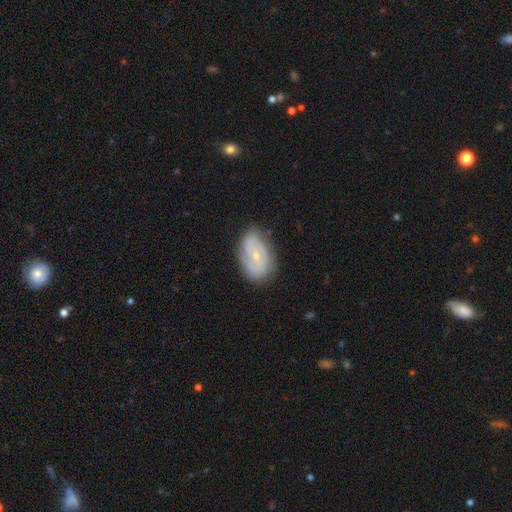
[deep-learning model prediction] Smooth or featured? featured or disk (62%)
Edge-on disk? no (96%)
Bar? no (73%)
Spiral arms? yes (78%)
Bulge size? small (71%)
Merging? none (71%)